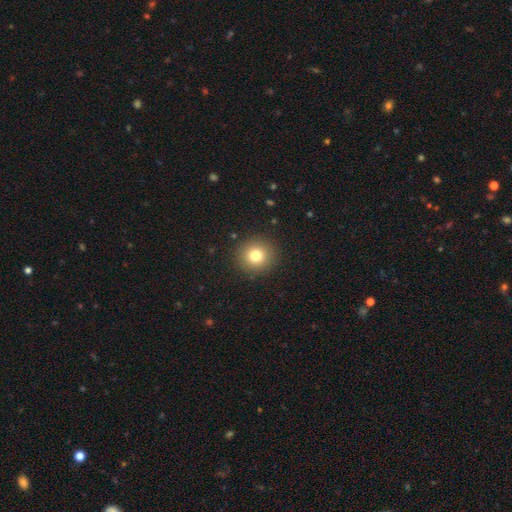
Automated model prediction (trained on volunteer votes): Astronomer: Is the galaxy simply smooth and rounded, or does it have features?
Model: smooth — 79%.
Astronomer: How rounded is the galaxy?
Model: round — 92%.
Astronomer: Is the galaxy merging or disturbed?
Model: none — 91%.